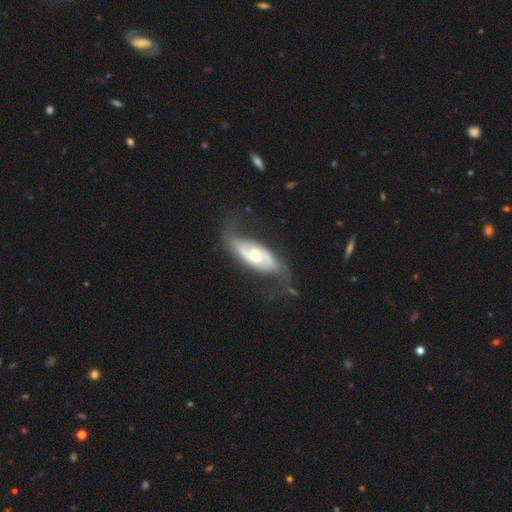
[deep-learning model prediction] Morphology: type=featured or disk (79%); edge-on=no (89%); bar=no (50%); spiral arms=yes (86%); winding=loose (59%); arm count=2 (88%); bulge=moderate (68%); merging=none (58%).